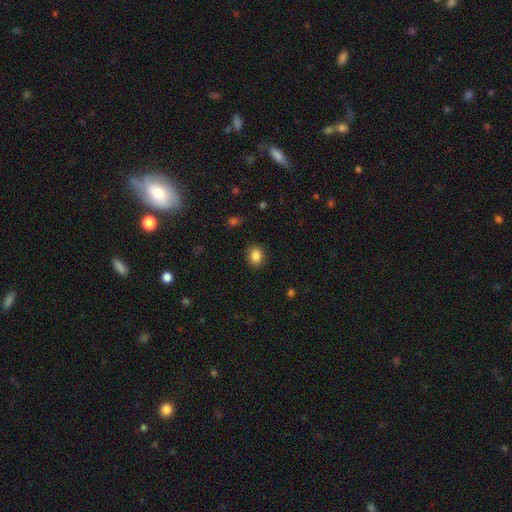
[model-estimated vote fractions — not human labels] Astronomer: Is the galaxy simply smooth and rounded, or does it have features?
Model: smooth — 86%.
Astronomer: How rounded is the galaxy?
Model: in between — 54% (runner-up: round, 45%).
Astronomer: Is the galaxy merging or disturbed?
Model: none — 88%.